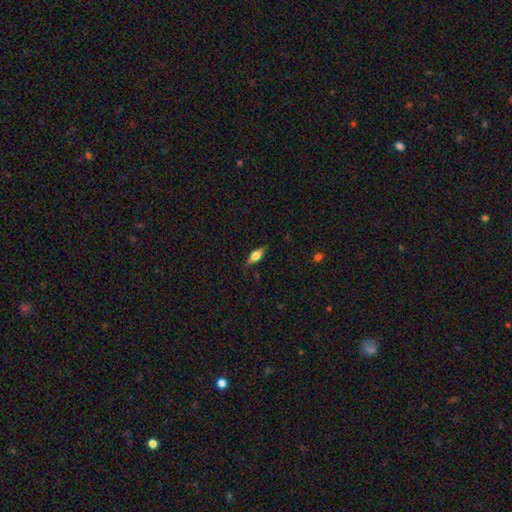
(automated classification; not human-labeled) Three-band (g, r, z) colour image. It shows a featured or disk galaxy (46%, tied with smooth). Merging: none (84%).